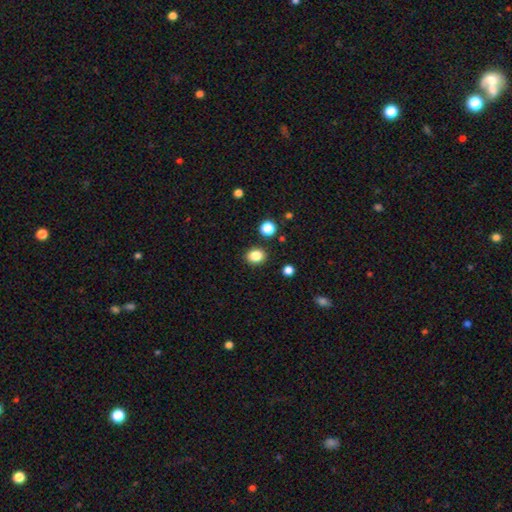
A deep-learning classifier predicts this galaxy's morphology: This appears to be a smooth galaxy with no disk features (85%) that is round (62%). Merging: none (88%).